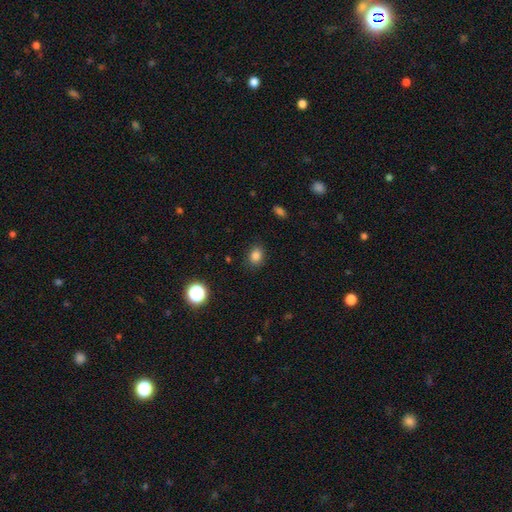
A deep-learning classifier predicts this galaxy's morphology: Smooth or featured?
  - smooth: 83% *
  - star or artifact: 12%
  - featured or disk: 5%
How rounded?
  - in between: 51% *
  - round: 48%
  - cigar-shaped: 1%
Merging?
  - none: 86% *
  - minor disturbance: 10%
  - major disturbance: 3%
  - merger: 1%